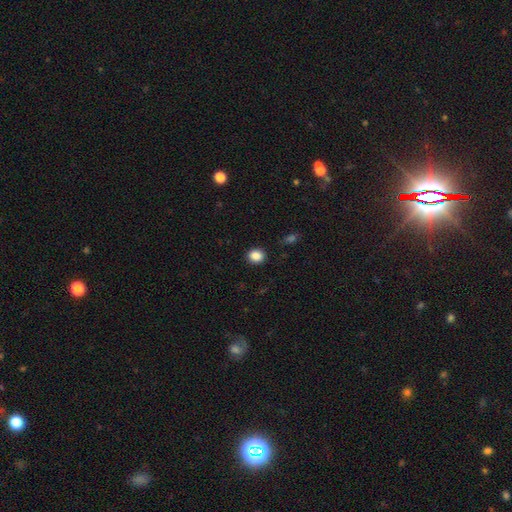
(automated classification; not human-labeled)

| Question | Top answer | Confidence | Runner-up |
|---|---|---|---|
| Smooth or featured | smooth | 87% | star or artifact (10%) |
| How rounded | round | 70% | in between (29%) |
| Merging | none | 90% | minor disturbance (7%) |